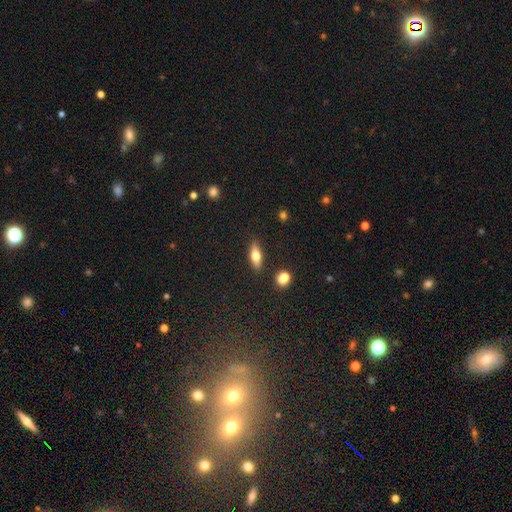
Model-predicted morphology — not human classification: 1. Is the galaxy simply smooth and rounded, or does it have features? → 60% smooth, 32% featured or disk, 8% star or artifact.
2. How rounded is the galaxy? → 57% in between, 39% cigar-shaped, 5% round.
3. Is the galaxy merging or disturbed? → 87% none, 8% minor disturbance, 2% merger, 2% major disturbance.